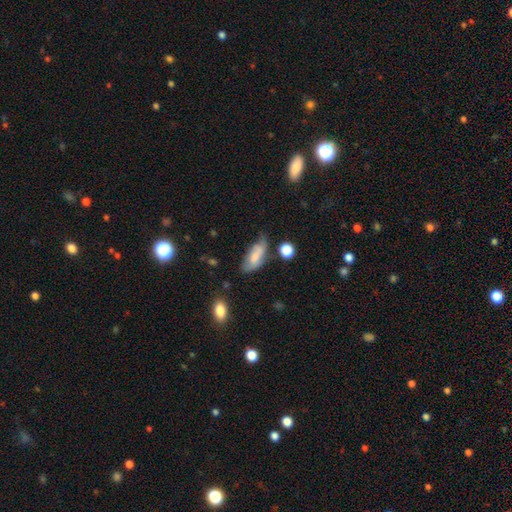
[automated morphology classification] A smooth galaxy with no disk features (66%) that is in between round and cigar-shaped (84%). Merging: none (48%).